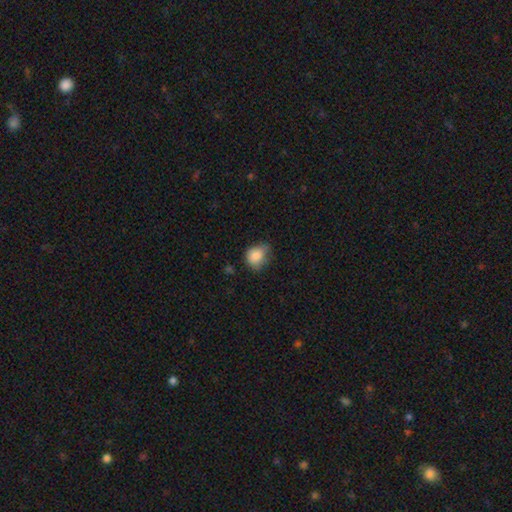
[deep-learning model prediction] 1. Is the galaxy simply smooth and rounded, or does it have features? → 83% smooth, 9% star or artifact, 8% featured or disk.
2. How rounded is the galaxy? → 53% round, 46% in between, 1% cigar-shaped.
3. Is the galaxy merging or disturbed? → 44% none, 42% minor disturbance, 12% major disturbance, 2% merger.